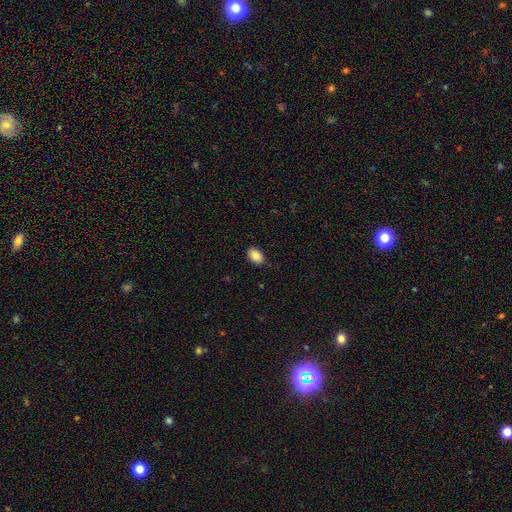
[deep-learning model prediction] A smooth galaxy with no disk features (88%) that is in between round and cigar-shaped (84%). Merging: none (87%).